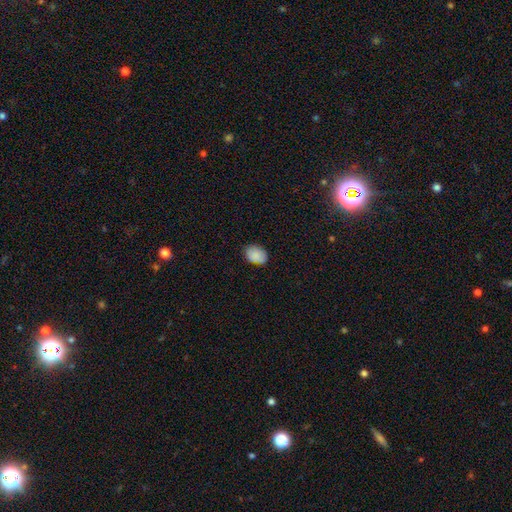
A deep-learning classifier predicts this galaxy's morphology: smooth-or-featured: smooth: 88% | star or artifact: 8% | featured or disk: 4%
  how-rounded: in between: 76% | round: 23% | cigar-shaped: 1%
  merging: none: 80% | minor disturbance: 16% | major disturbance: 3% | merger: 1%